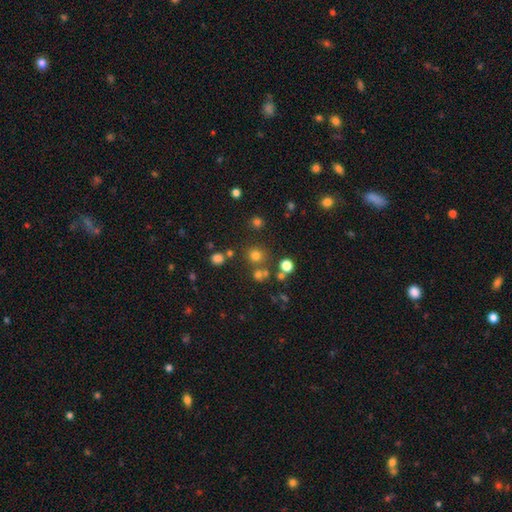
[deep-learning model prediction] Smooth or featured? Predicted: smooth (p=0.70). How rounded? Predicted: round (p=0.91). Merging? Predicted: none (p=0.76).